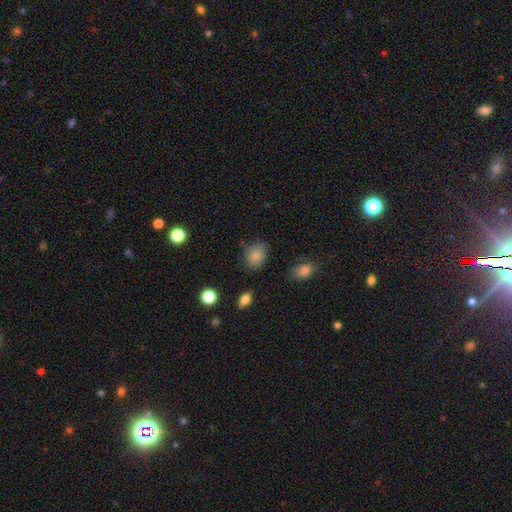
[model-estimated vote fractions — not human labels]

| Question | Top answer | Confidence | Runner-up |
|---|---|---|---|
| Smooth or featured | smooth | 81% | star or artifact (10%) |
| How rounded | in between | 51% | round (47%) |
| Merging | none | 66% | minor disturbance (25%) |